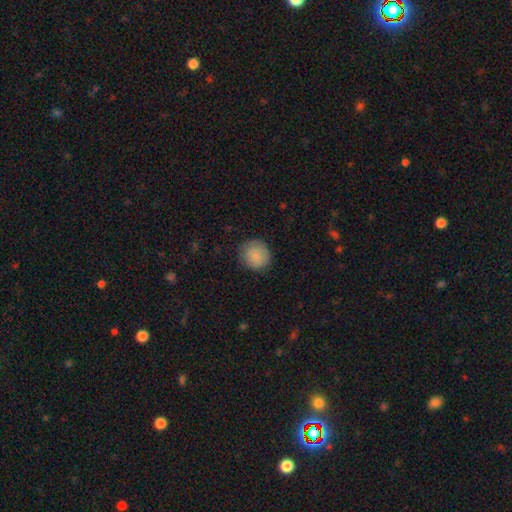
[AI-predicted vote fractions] Overall: smooth (87%). How rounded: round (90%). Merging: none (83%).